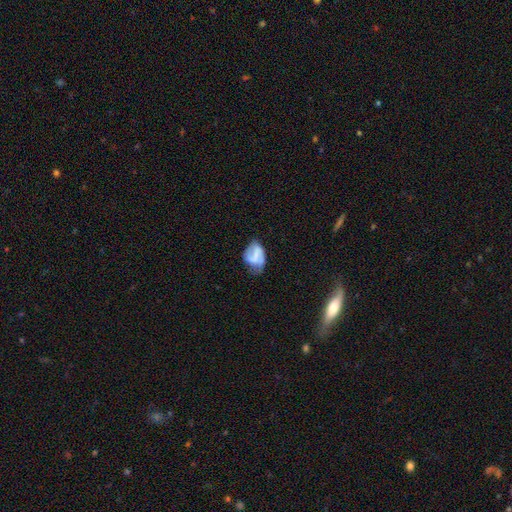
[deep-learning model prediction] smooth-or-featured: featured or disk: 52% | smooth: 39% | star or artifact: 9%
  disk-edge-on: no: 97% | yes: 3%
    bar: weak: 37% | strong: 35% | no: 28%
    has-spiral-arms: yes: 70% | no: 30%
    bulge-size: none: 54% | small: 26% | moderate: 15% | large: 4% | dominant: 2%
  merging: none: 45% | minor disturbance: 33% | major disturbance: 19% | merger: 3%